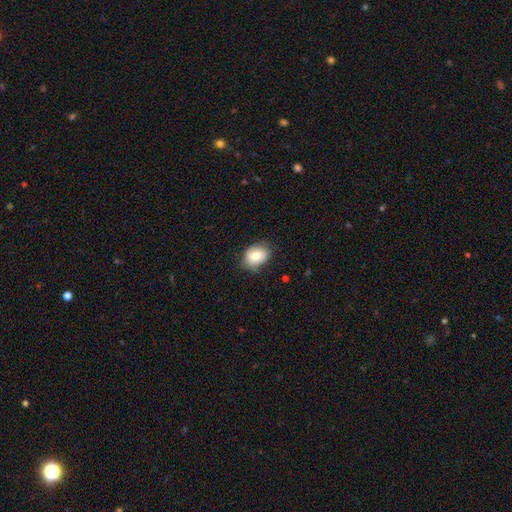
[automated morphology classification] This is likely a smooth galaxy (76%). How rounded: likely in between (63%). Merging: likely none (76%).